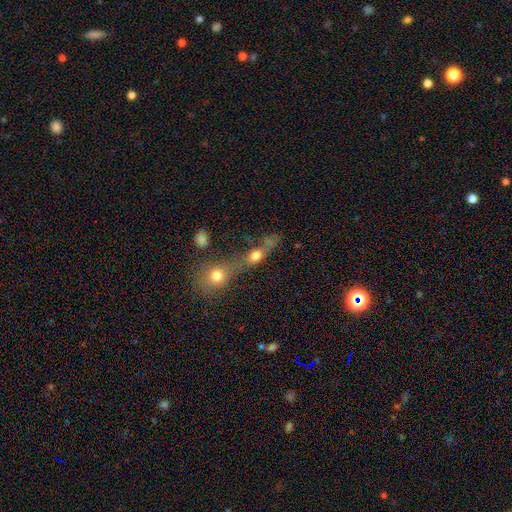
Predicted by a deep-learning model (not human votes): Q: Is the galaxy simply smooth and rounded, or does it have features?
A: smooth — 63%.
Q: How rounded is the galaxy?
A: round — 49%.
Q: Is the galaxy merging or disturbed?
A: merger — 59%.